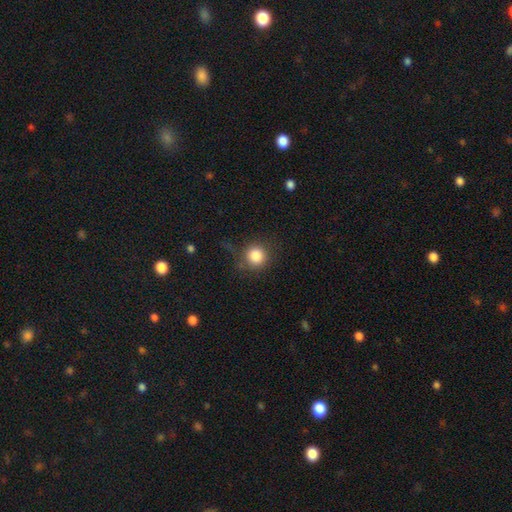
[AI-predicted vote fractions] A smooth galaxy with no disk features (84%) that is round (93%).

Vote fractions:
- Smooth or featured? smooth: 84% / star or artifact: 11% / featured or disk: 6%
- How rounded? round: 93% / in between: 6% / cigar-shaped: 1%
- Merging? none: 75% / minor disturbance: 15% / major disturbance: 8% / merger: 2%